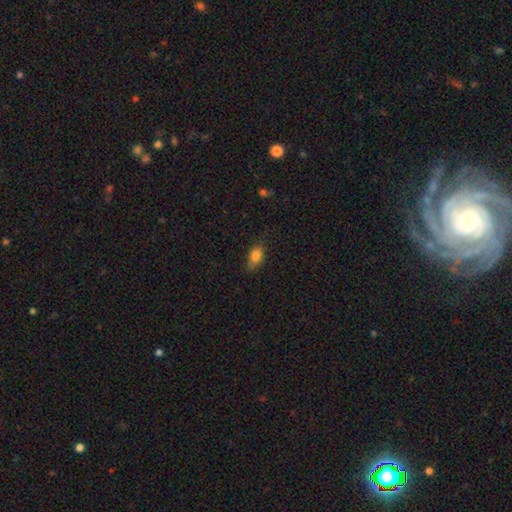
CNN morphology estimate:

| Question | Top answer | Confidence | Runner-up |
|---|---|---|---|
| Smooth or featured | smooth | 80% | featured or disk (10%) |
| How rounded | in between | 82% | round (11%) |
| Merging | none | 72% | minor disturbance (22%) |